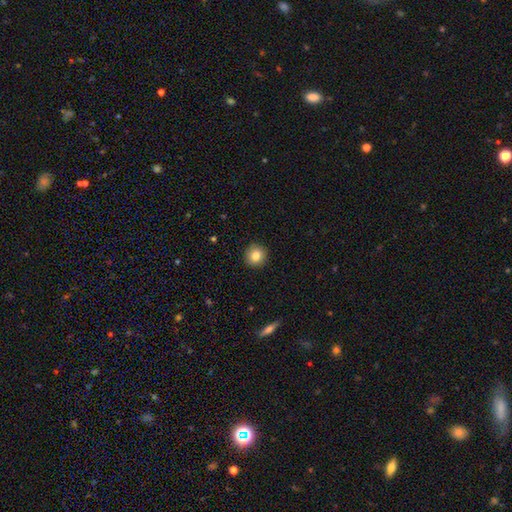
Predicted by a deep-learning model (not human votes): A smooth galaxy with no disk features (83%) that is round (93%). Merging: none (92%).